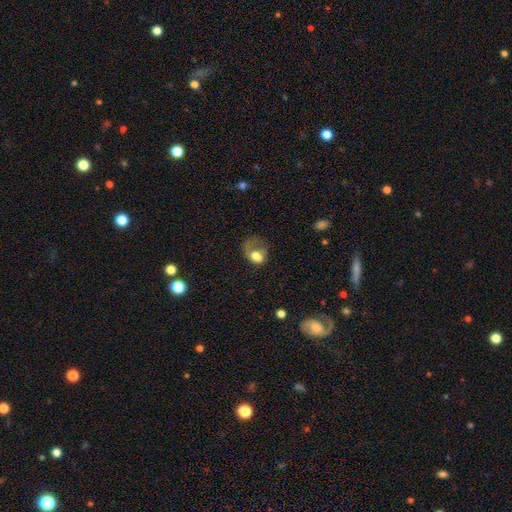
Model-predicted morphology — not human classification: Smooth or featured?
  - smooth: 61% *
  - featured or disk: 28%
  - star or artifact: 11%
How rounded?
  - in between: 63% *
  - round: 35%
  - cigar-shaped: 1%
Merging?
  - major disturbance: 55% *
  - none: 20%
  - minor disturbance: 20%
  - merger: 4%